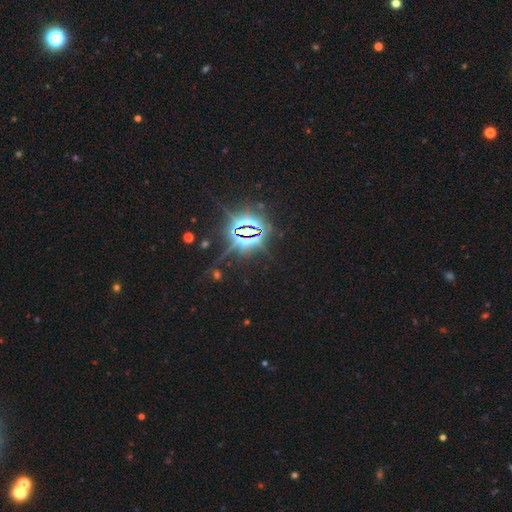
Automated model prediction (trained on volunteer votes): Q: Smooth or featured?
A: star or artifact (86%); runner-up: smooth (8%)